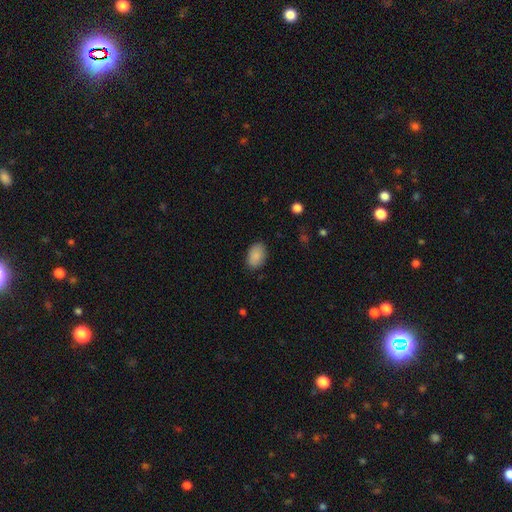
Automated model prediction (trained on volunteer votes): Morphology: type=smooth (89%); roundness=in between (88%); merging=none (85%).